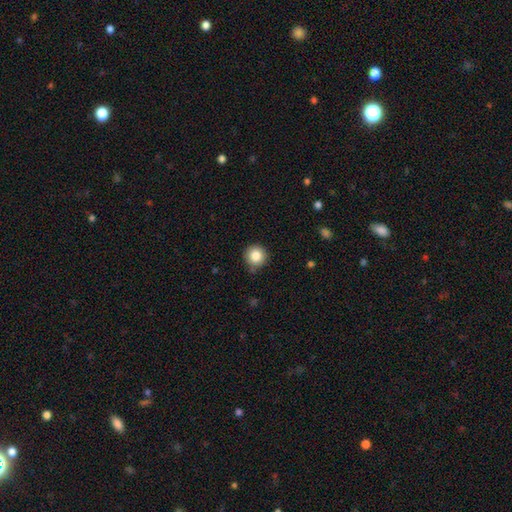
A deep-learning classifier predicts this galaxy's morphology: A smooth galaxy with no disk features (85%) that is round (95%). Merging: none (83%).